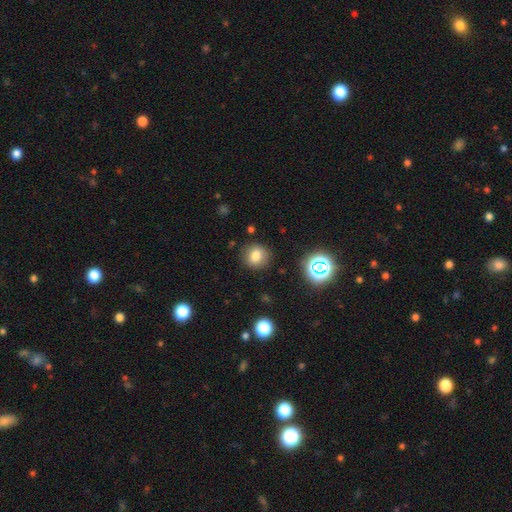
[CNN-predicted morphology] Overall: smooth (77%). How rounded: round (84%). Merging: none (86%).